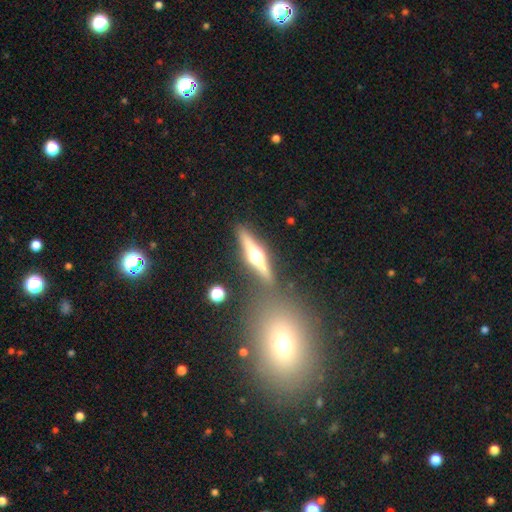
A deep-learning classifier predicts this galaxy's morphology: This is likely a featured or disk galaxy (72%). It is clearly viewed edge-on (96%). Edge-on bulge: clearly rounded (96%). Merging: clearly none (82%).